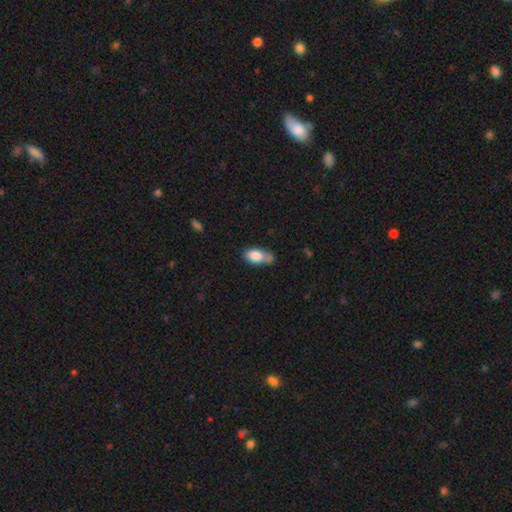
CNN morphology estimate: Smooth or featured? smooth (83%)
How rounded? in between (87%)
Merging? none (41%)